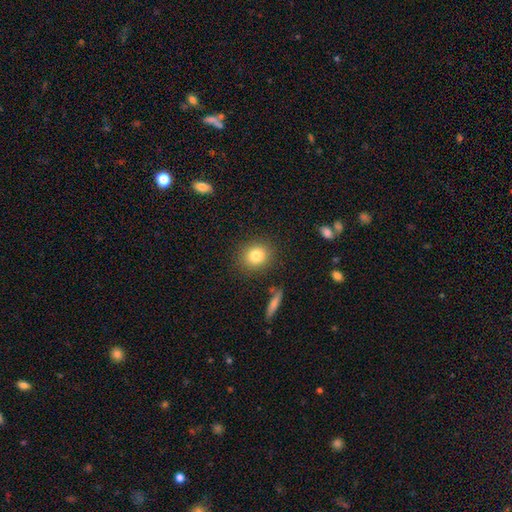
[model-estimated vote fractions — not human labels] A smooth galaxy with no disk features (80%) that is round (78%).

Vote fractions:
- Smooth or featured? smooth: 80% / star or artifact: 10% / featured or disk: 10%
- How rounded? round: 78% / in between: 21% / cigar-shaped: 1%
- Merging? none: 86% / minor disturbance: 8% / major disturbance: 3% / merger: 3%